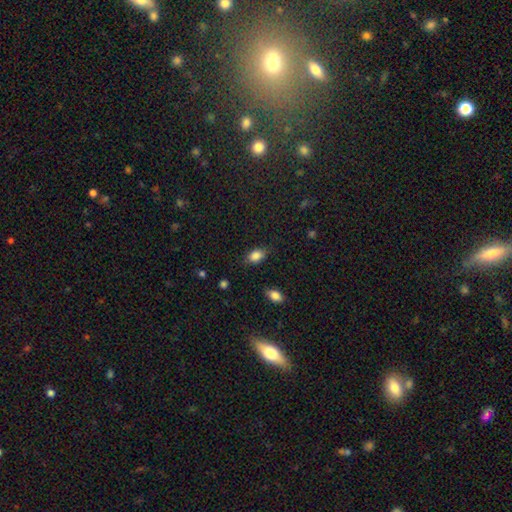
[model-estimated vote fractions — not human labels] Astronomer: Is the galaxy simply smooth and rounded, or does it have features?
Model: smooth — 85%.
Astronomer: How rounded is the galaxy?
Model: in between — 84%.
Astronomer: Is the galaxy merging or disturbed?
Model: none — 78%.